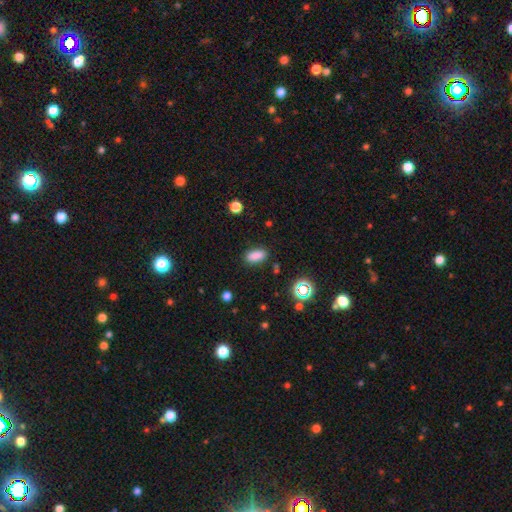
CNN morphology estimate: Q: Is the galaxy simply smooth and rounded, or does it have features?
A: smooth — 84%.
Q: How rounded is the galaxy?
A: in between — 85%.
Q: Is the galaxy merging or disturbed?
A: none — 85%.